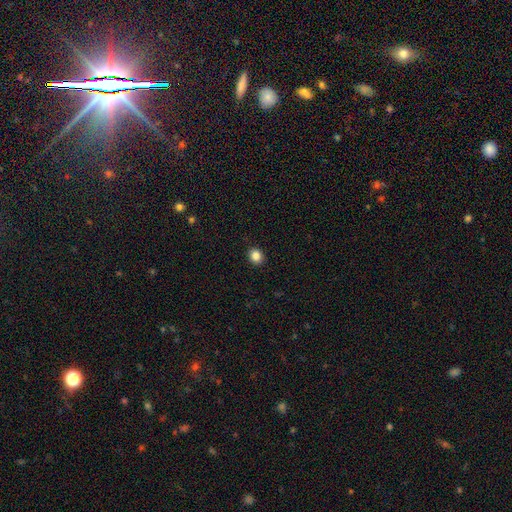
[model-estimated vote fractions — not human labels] This appears to be a smooth galaxy with no disk features (85%) that is round (71%). Merging: none (91%).